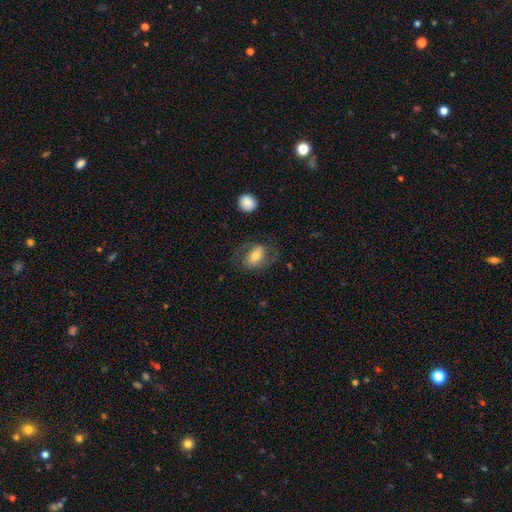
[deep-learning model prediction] smooth_or_featured: featured or disk (p=0.56) [alt: smooth p=0.36]
disk_edge_on: no (p=0.96) [alt: yes p=0.04]
bar: weak (p=0.39) [alt: no p=0.33]
has_spiral_arms: yes (p=0.83) [alt: no p=0.17]
bulge_size: moderate (p=0.63) [alt: small p=0.19]
merging: none (p=0.68) [alt: minor disturbance p=0.16]